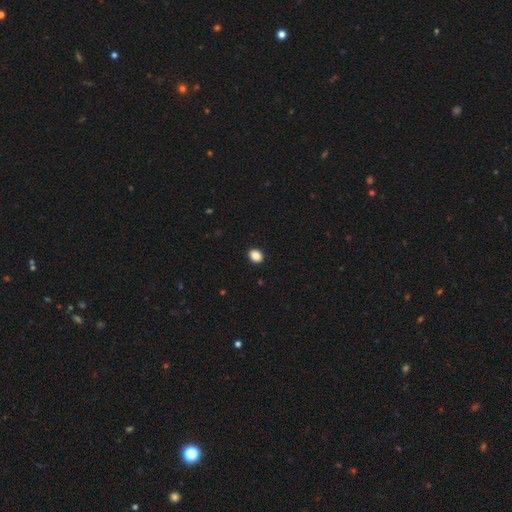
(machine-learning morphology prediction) A smooth galaxy with no disk features (87%) that is in between round and cigar-shaped (57%). Merging: none (91%).